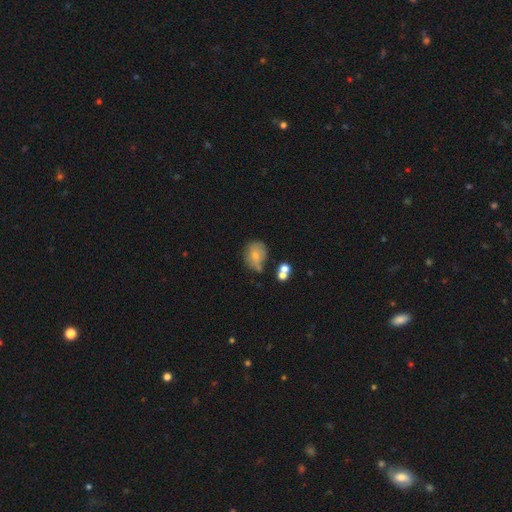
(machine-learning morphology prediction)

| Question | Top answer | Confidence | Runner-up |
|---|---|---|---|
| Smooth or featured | smooth | 66% | featured or disk (23%) |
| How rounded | round | 56% | in between (42%) |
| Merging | none | 42% | minor disturbance (32%) |